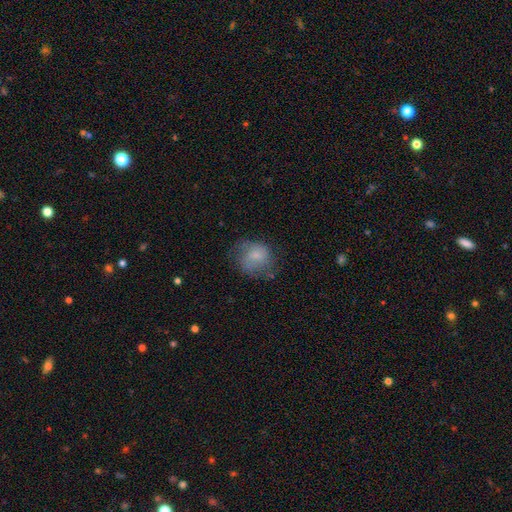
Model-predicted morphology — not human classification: This appears to be a smooth galaxy with no disk features (61%) that is round (68%). Merging: none (55%).